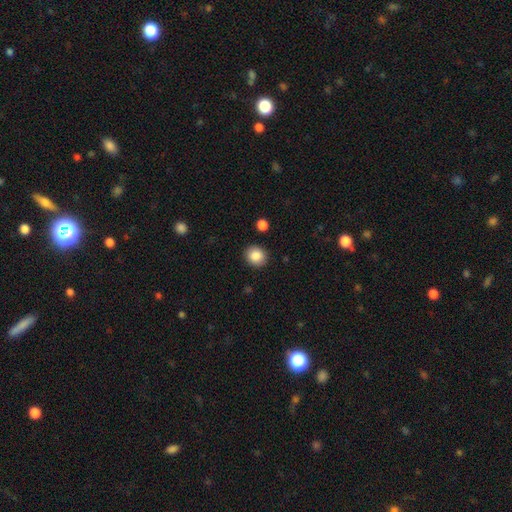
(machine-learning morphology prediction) Smooth or featured? smooth (87%)
How rounded? round (79%)
Merging? none (90%)